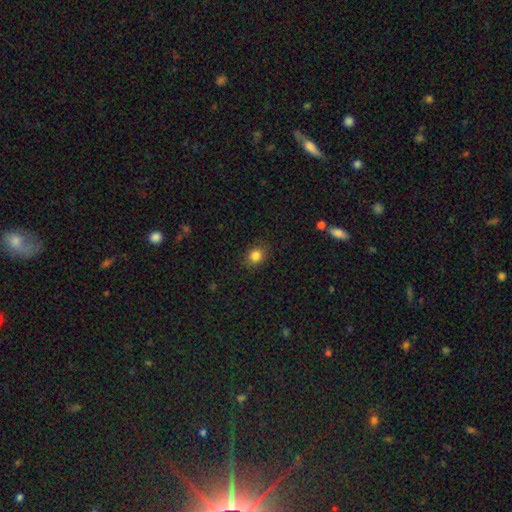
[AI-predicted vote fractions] The model was most divided on "how rounded": round: 66%, in between: 33%, cigar-shaped: 1%. More confident: merging — none (86%); smooth or featured — smooth (84%).